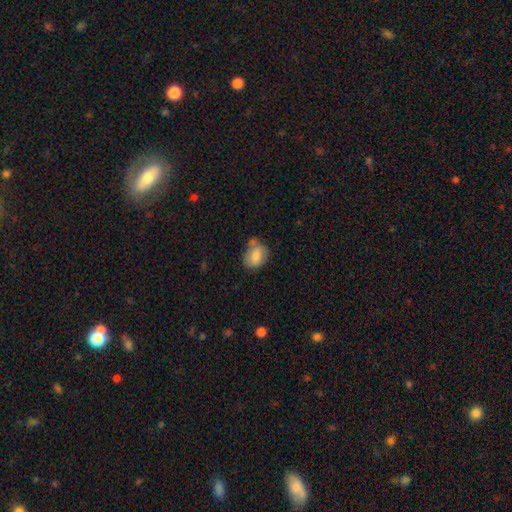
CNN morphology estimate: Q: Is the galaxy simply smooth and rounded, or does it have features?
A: smooth — 79%.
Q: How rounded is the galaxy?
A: in between — 62%.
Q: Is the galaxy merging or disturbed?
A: none — 52%.